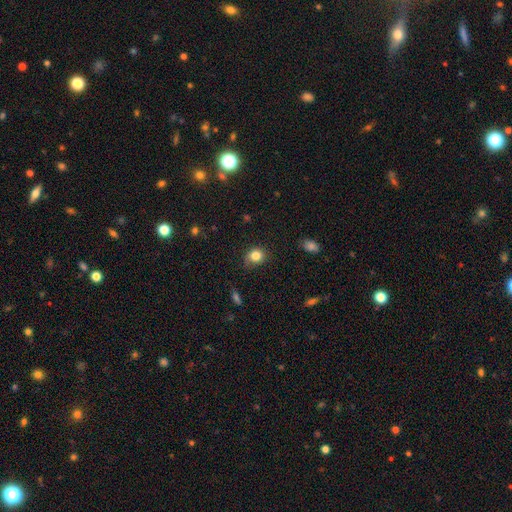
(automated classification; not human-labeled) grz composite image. It shows a smooth galaxy with no disk features (82%) that is round (72%). Merging: none (71%).